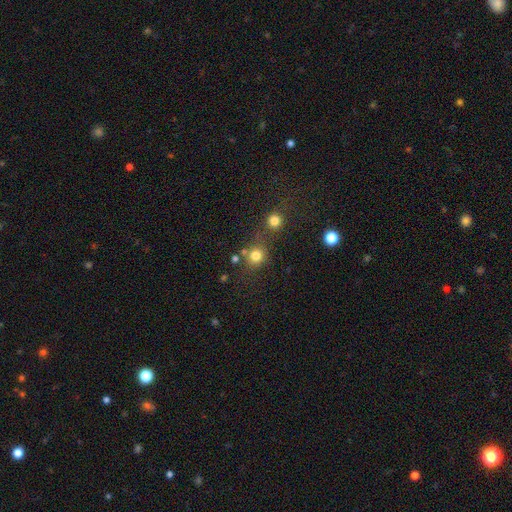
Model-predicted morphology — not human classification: smooth-or-featured: smooth: 78% | star or artifact: 15% | featured or disk: 7%
  how-rounded: round: 86% | in between: 13% | cigar-shaped: 1%
  merging: none: 64% | merger: 21% | minor disturbance: 10% | major disturbance: 5%